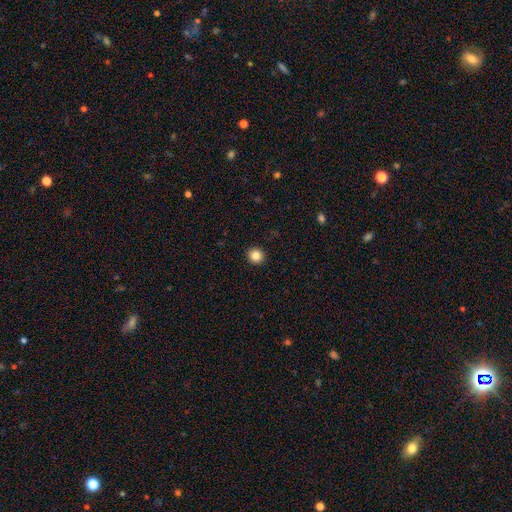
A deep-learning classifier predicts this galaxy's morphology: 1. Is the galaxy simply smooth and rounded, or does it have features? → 84% smooth, 11% star or artifact, 6% featured or disk.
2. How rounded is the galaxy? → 90% round, 9% in between, 1% cigar-shaped.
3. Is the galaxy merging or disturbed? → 93% none, 4% minor disturbance, 1% major disturbance, 1% merger.